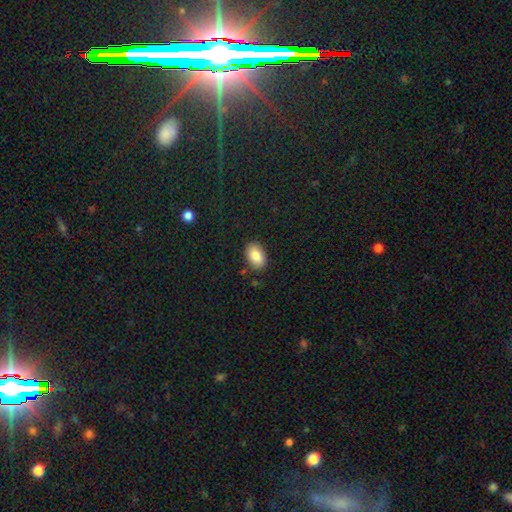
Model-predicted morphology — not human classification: Q: Smooth or featured?
A: smooth (85%); runner-up: featured or disk (8%)
Q: How rounded?
A: in between (89%); runner-up: round (10%)
Q: Merging?
A: none (85%); runner-up: minor disturbance (10%)